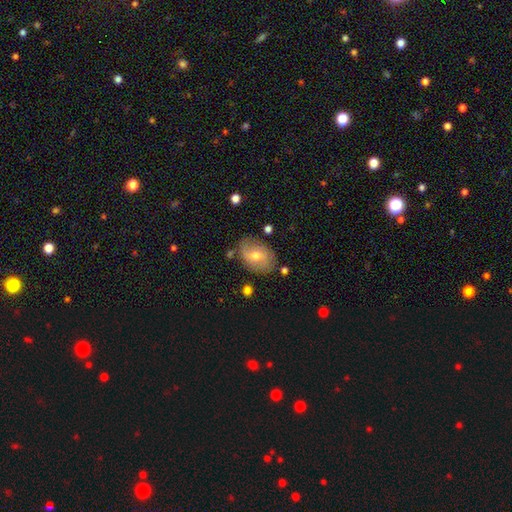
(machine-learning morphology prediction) Q: Smooth or featured?
A: smooth (51%); runner-up: featured or disk (42%)
Q: How rounded?
A: in between (74%); runner-up: round (25%)
Q: Merging?
A: none (72%); runner-up: minor disturbance (20%)